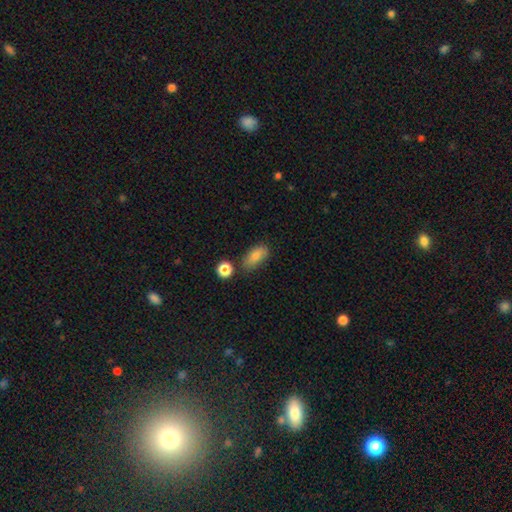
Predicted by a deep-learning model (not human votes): Smooth or featured?
  - smooth: 80% *
  - featured or disk: 10%
  - star or artifact: 9%
How rounded?
  - in between: 85% *
  - cigar-shaped: 8%
  - round: 7%
Merging?
  - none: 73% *
  - minor disturbance: 18%
  - merger: 5%
  - major disturbance: 4%